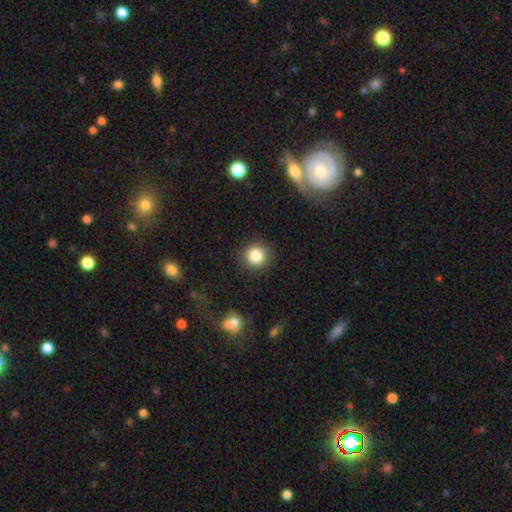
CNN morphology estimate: Smooth or featured: smooth — 84% (star or artifact — 10%)
How rounded: round — 92% (in between — 7%)
Merging: none — 90% (minor disturbance — 7%)